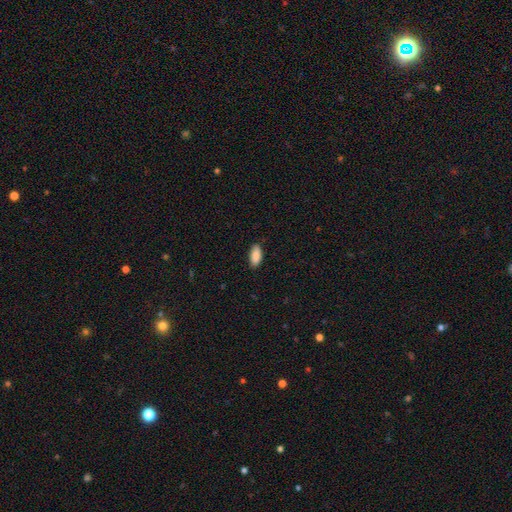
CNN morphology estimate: Q: Smooth or featured?
A: smooth (90%); runner-up: star or artifact (6%)
Q: How rounded?
A: in between (88%); runner-up: cigar-shaped (10%)
Q: Merging?
A: none (86%); runner-up: minor disturbance (11%)